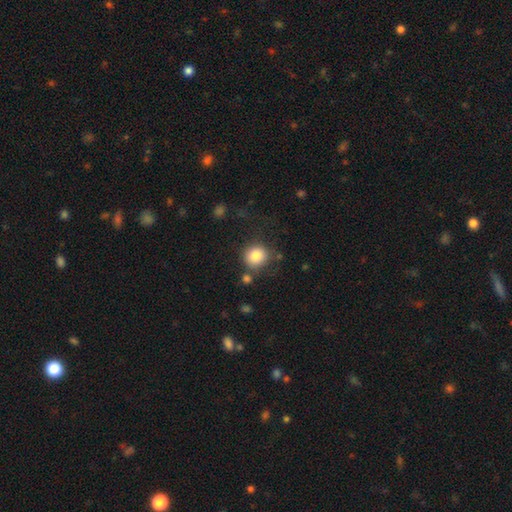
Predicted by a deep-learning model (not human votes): smooth_or_featured: smooth (p=0.83) [alt: star or artifact p=0.10]
how_rounded: round (p=0.89) [alt: in between p=0.10]
merging: none (p=0.75) [alt: minor disturbance p=0.12]